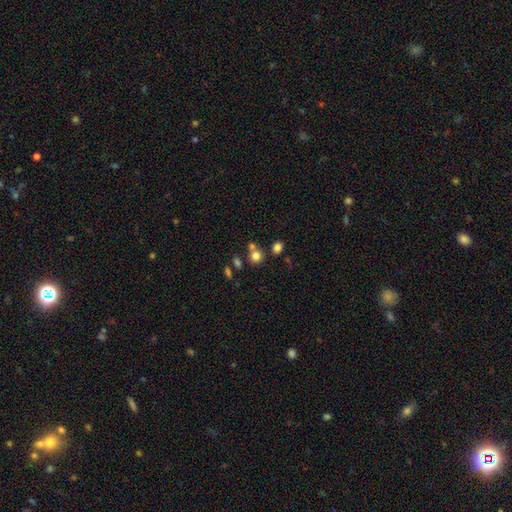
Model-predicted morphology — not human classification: This appears to be a smooth galaxy with no disk features (78%) that is round (81%). Merging: none (61%).